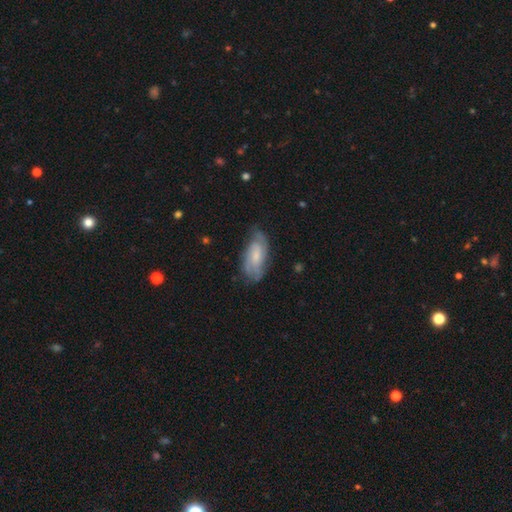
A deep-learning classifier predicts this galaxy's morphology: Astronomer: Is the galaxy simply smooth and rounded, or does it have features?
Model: featured or disk — 61%.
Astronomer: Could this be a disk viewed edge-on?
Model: no — 92%.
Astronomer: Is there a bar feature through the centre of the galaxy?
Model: no — 55% (runner-up: weak, 37%).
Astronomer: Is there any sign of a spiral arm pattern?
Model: yes — 87%.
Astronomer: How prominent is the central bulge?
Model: small — 40% (runner-up: moderate, 39%).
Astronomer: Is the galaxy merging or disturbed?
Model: none — 67%.